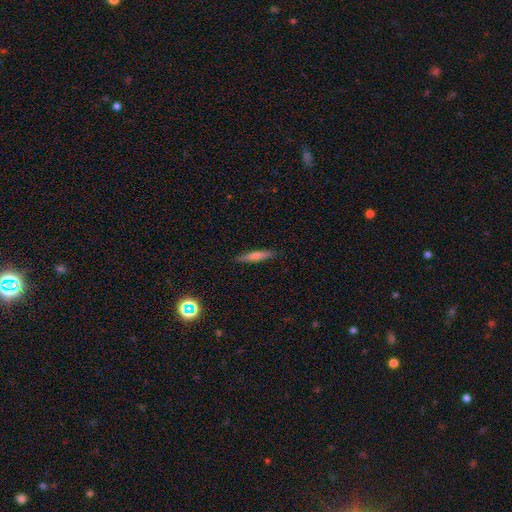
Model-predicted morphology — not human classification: smooth_or_featured: smooth (p=0.52) [alt: featured or disk p=0.39]
how_rounded: cigar-shaped (p=0.88) [alt: in between p=0.10]
merging: none (p=0.89) [alt: minor disturbance p=0.08]